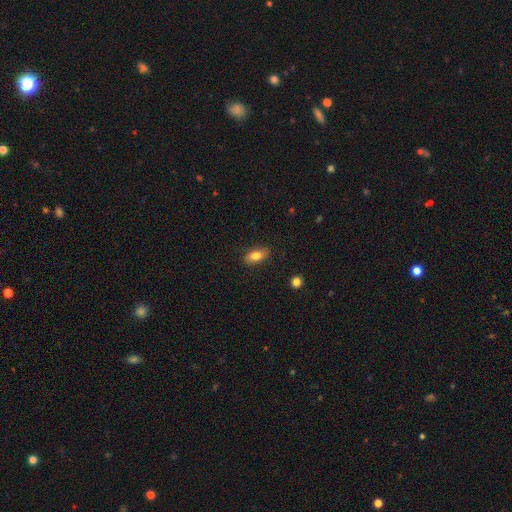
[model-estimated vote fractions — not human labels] The model was most divided on "smooth or featured": smooth: 82%, featured or disk: 11%, star or artifact: 8%. More confident: how rounded — in between (87%); merging — none (84%).